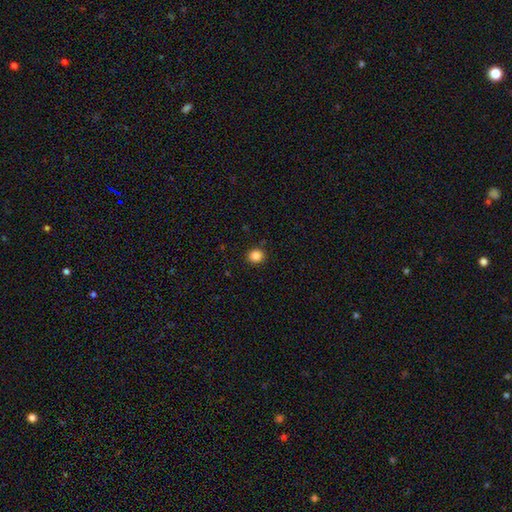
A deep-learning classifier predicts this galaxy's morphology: type=smooth (86%); roundness=round (81%); merging=none (90%).